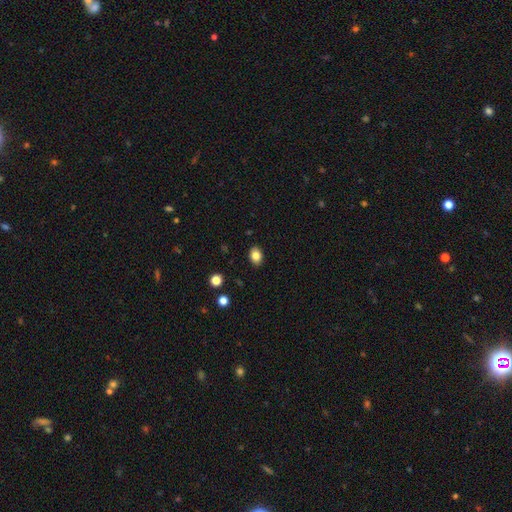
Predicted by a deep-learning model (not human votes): A smooth galaxy with no disk features (84%) that is in between round and cigar-shaped (73%). Merging: none (89%).